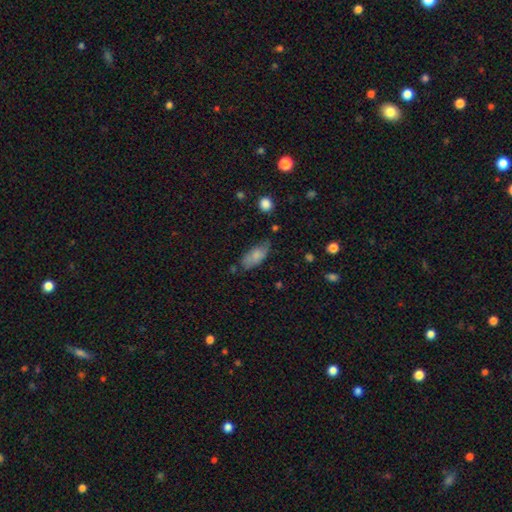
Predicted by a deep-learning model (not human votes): Smooth or featured?
  - smooth: 77% *
  - featured or disk: 16%
  - star or artifact: 7%
How rounded?
  - in between: 87% *
  - cigar-shaped: 10%
  - round: 3%
Merging?
  - none: 57% *
  - minor disturbance: 31%
  - major disturbance: 8%
  - merger: 4%